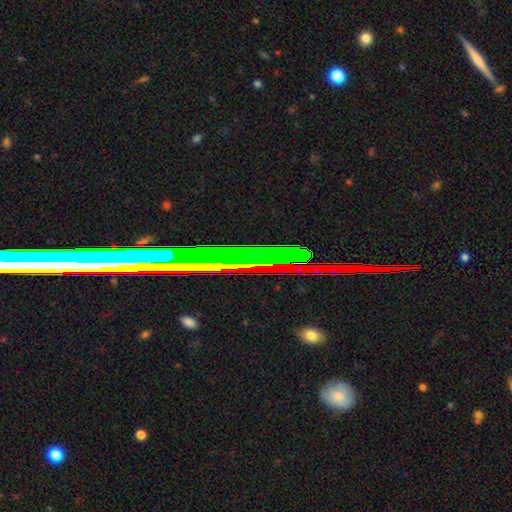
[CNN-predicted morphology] smooth-or-featured: star or artifact: 68% | featured or disk: 18% | smooth: 14%